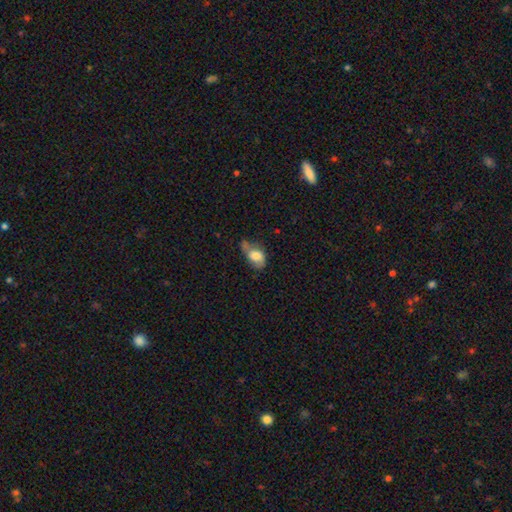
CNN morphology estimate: Smooth or featured: smooth — 69% (featured or disk — 22%)
How rounded: in between — 85% (round — 13%)
Merging: minor disturbance — 35% (none — 31%)